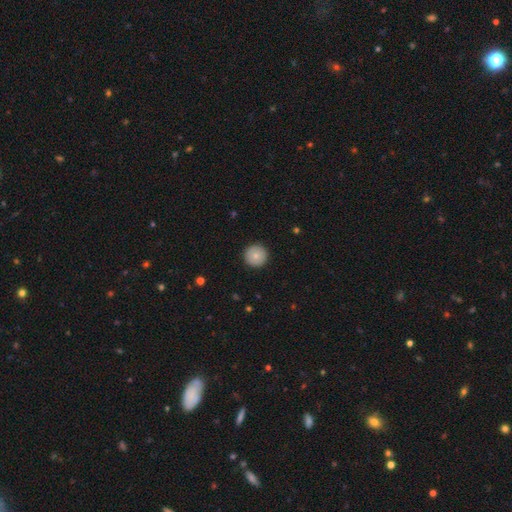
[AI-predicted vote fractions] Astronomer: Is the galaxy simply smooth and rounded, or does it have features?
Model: smooth — 80%.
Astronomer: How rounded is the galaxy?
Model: round — 97%.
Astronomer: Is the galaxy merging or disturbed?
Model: none — 93%.